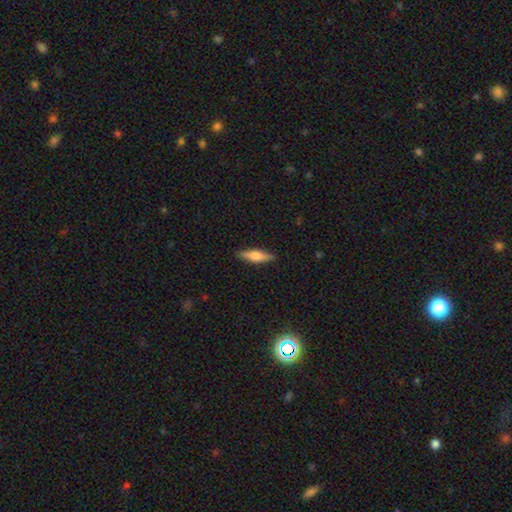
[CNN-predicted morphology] A smooth galaxy with no disk features (57%) that is cigar-shaped (65%).

Vote fractions:
- Smooth or featured? smooth: 57% / featured or disk: 36% / star or artifact: 6%
- How rounded? cigar-shaped: 65% / in between: 33% / round: 2%
- Merging? none: 89% / minor disturbance: 8% / major disturbance: 2% / merger: 1%